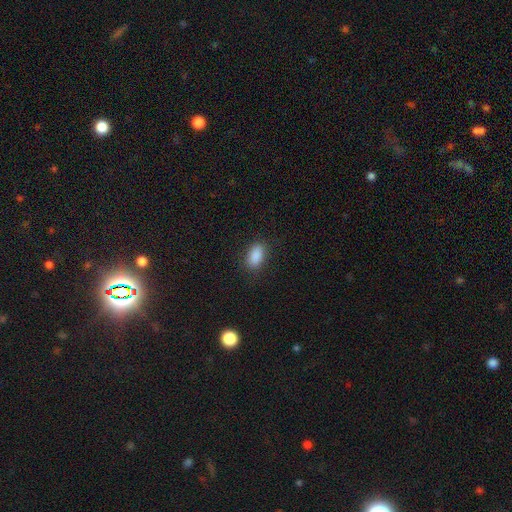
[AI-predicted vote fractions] A smooth galaxy with no disk features (88%) that is in between round and cigar-shaped (91%). Merging: none (84%).